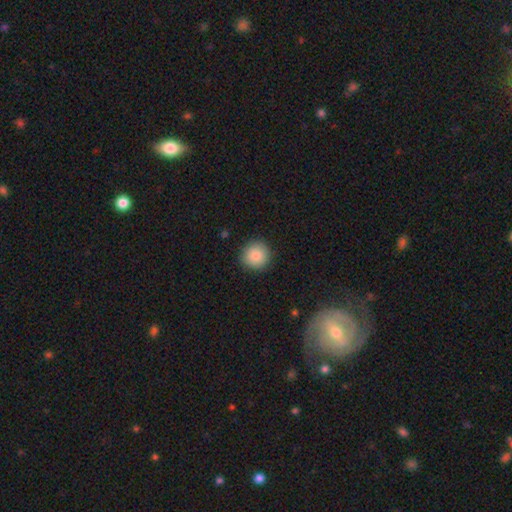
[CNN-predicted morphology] smooth 86%, star or artifact 8%, featured or disk 5%. Down the decision tree: how rounded — round (94%); merging — none (90%).